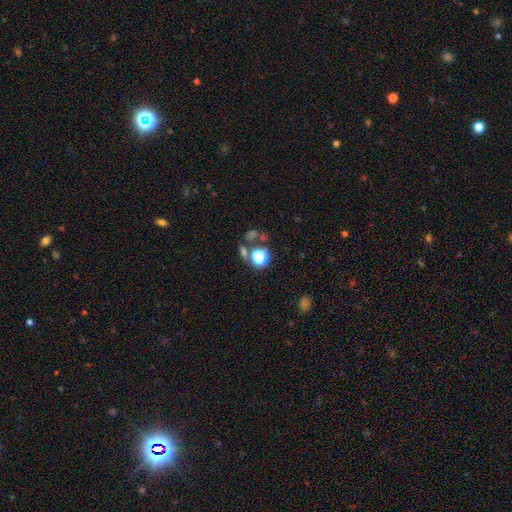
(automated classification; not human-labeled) The model was most divided on "smooth or featured": star or artifact: 56%, smooth: 29%, featured or disk: 14%.